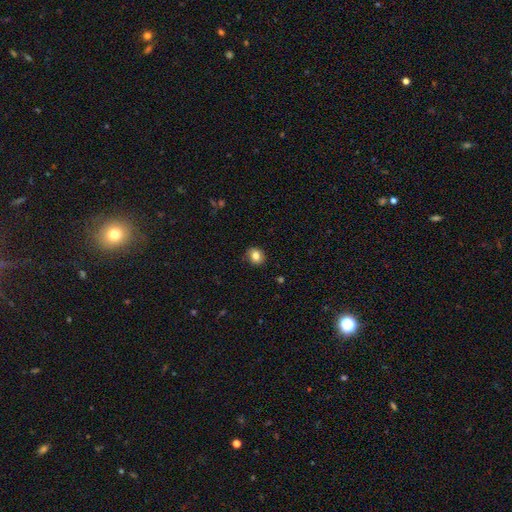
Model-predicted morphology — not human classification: This is clearly a smooth galaxy (81%). How rounded: likely round (66%). Merging: likely none (78%).